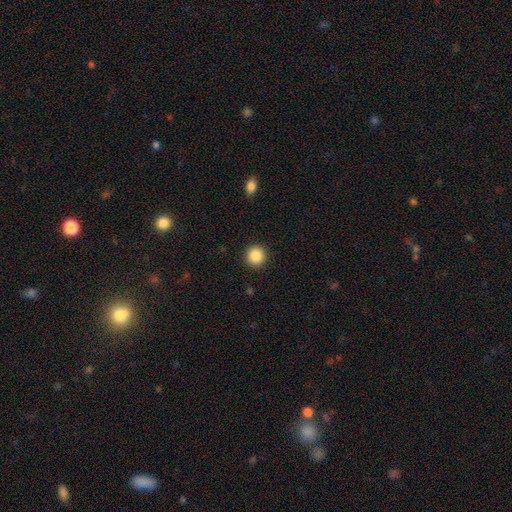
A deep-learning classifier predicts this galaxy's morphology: Overall: smooth (88%). How rounded: round (94%). Merging: none (92%).